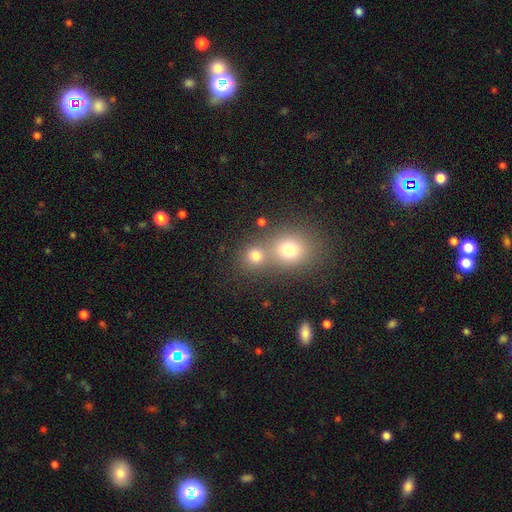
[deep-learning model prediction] Q: Smooth or featured?
A: smooth (77%); runner-up: star or artifact (15%)
Q: How rounded?
A: round (84%); runner-up: in between (15%)
Q: Merging?
A: none (49%); runner-up: merger (42%)